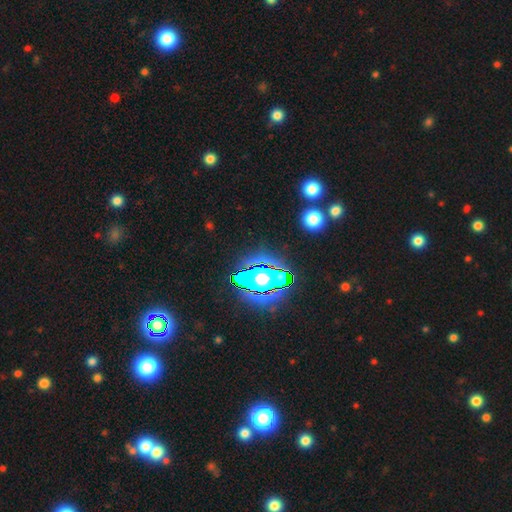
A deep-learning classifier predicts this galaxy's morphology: type=star or artifact (82%).